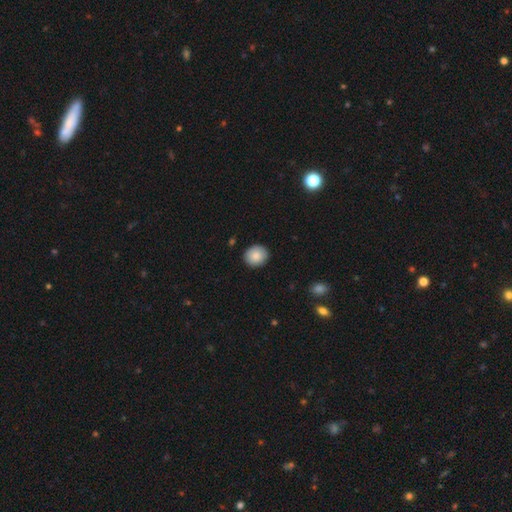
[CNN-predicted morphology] Overall: smooth (86%). How rounded: round (79%). Merging: none (90%).